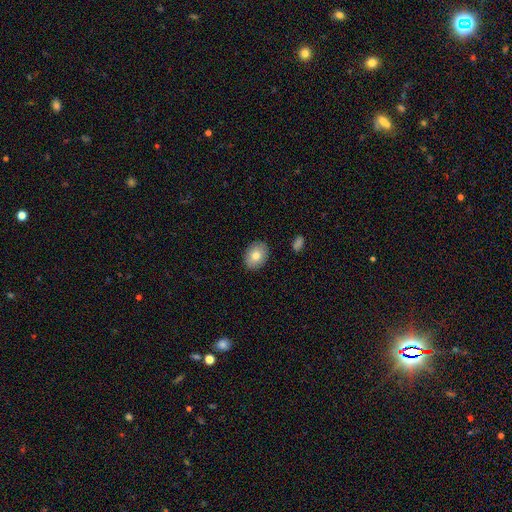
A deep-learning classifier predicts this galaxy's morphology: This is likely a smooth galaxy (79%). How rounded: likely in between (72%). Merging: clearly none (89%).